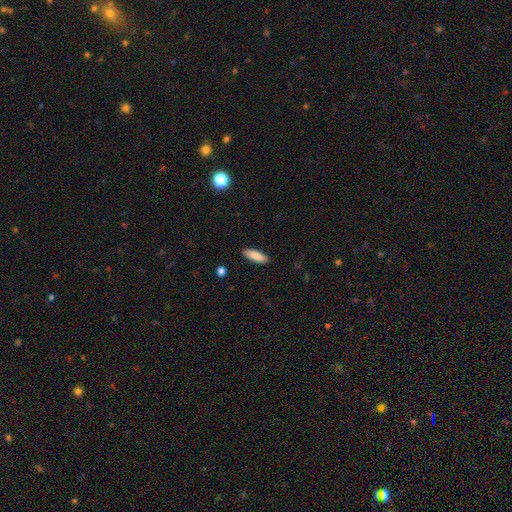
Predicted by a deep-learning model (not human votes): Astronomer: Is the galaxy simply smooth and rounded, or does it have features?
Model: smooth — 88%.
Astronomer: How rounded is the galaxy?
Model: in between — 54% (runner-up: cigar-shaped, 44%).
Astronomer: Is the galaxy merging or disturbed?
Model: none — 90%.